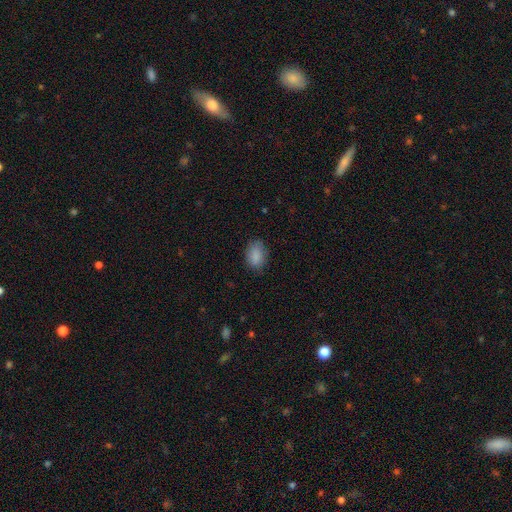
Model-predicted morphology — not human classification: This is clearly a smooth galaxy (87%). How rounded: clearly in between (85%). Merging: likely none (78%).